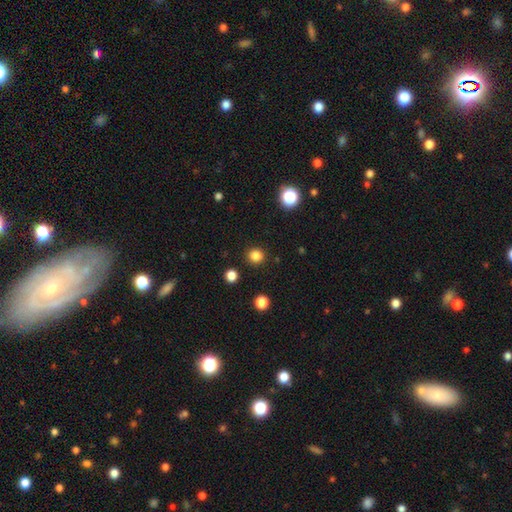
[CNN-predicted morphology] smooth-or-featured: smooth: 83% | star or artifact: 13% | featured or disk: 4%
  how-rounded: round: 92% | in between: 7% | cigar-shaped: 1%
  merging: none: 91% | minor disturbance: 5% | major disturbance: 2% | merger: 2%